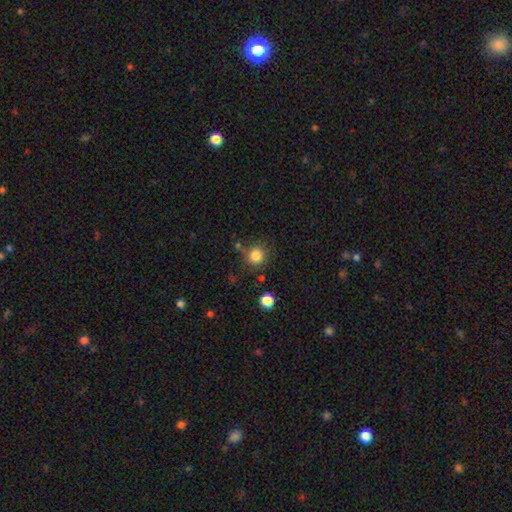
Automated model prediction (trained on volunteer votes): A smooth galaxy with no disk features (83%) that is round (91%). Merging: none (79%).